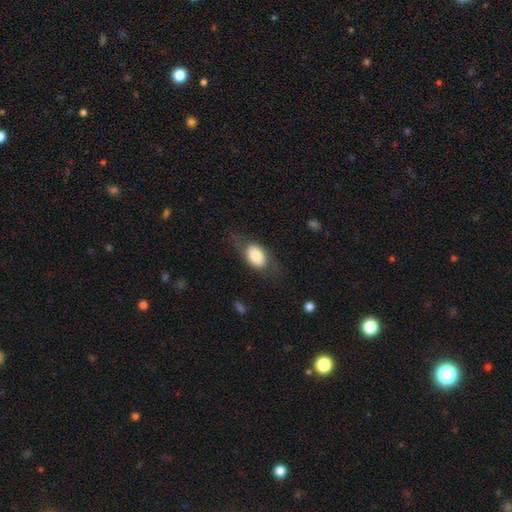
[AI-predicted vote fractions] Q: Smooth or featured?
A: smooth (74%); runner-up: featured or disk (20%)
Q: How rounded?
A: in between (87%); runner-up: round (10%)
Q: Merging?
A: none (67%); runner-up: minor disturbance (20%)